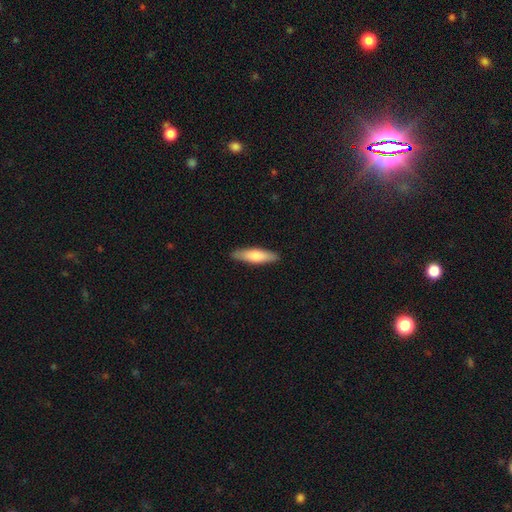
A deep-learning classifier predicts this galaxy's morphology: A smooth galaxy with no disk features (67%) that is cigar-shaped (67%). Merging: none (89%).